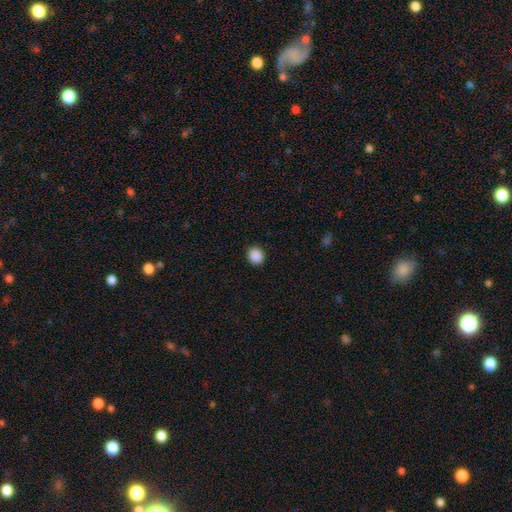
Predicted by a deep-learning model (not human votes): This appears to be a smooth galaxy with no disk features (89%) that is round (80%). Merging: none (91%).